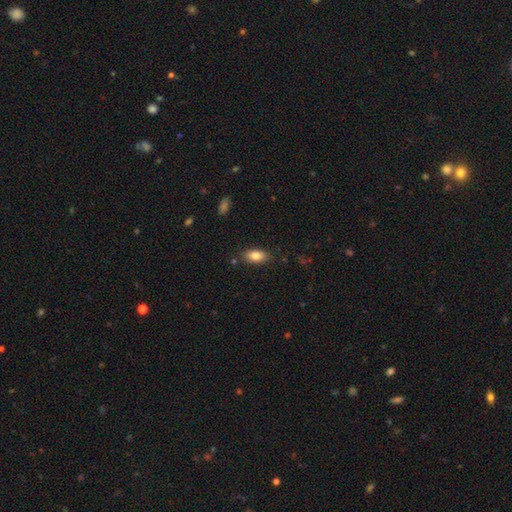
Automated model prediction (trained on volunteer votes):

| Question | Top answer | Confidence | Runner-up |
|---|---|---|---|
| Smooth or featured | smooth | 82% | featured or disk (10%) |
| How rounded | in between | 90% | cigar-shaped (5%) |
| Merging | none | 84% | minor disturbance (11%) |